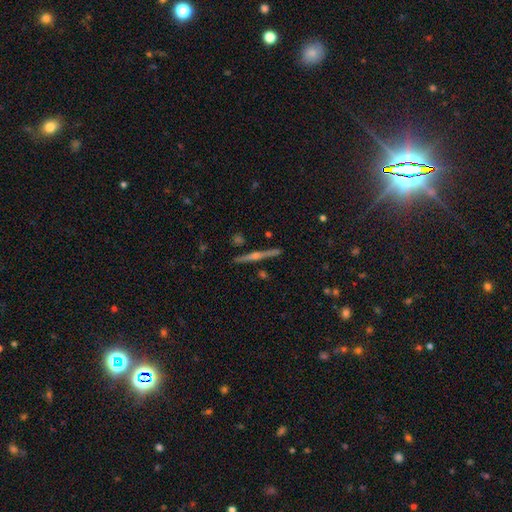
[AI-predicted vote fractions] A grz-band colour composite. It shows a star or artifact, not a galaxy (56%).